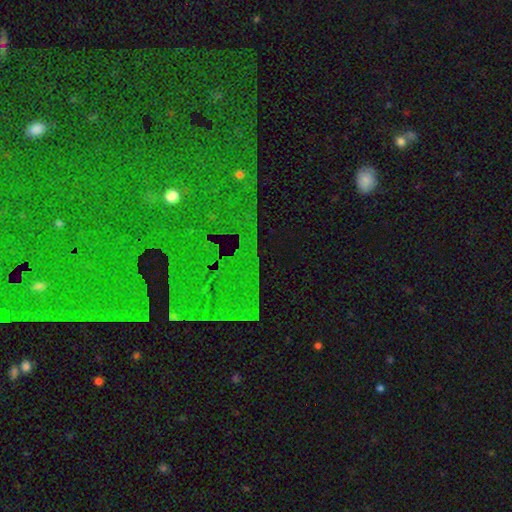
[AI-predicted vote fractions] star or artifact 76%, featured or disk 13%, smooth 11%.